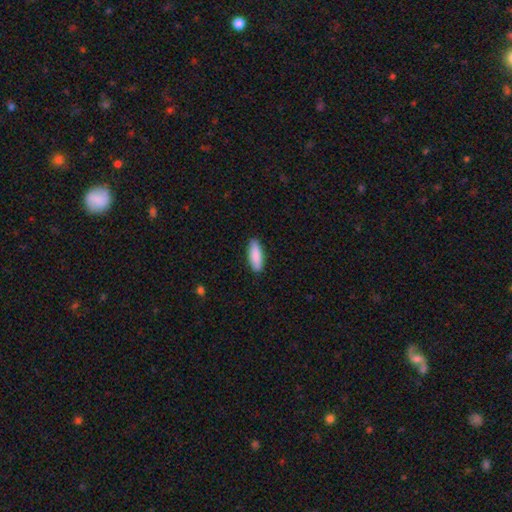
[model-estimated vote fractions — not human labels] Q: Smooth or featured?
A: smooth (88%); runner-up: featured or disk (6%)
Q: How rounded?
A: in between (57%); runner-up: cigar-shaped (42%)
Q: Merging?
A: none (90%); runner-up: minor disturbance (8%)